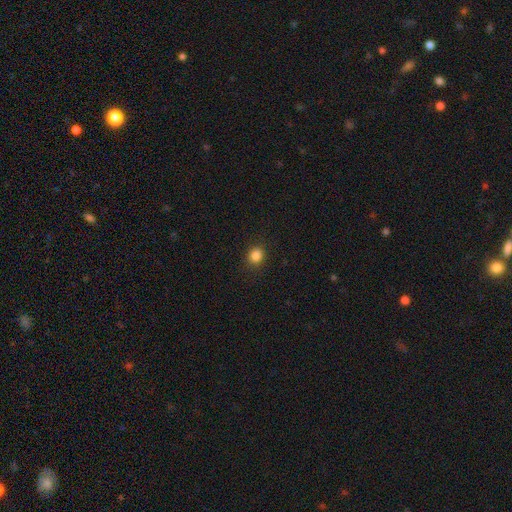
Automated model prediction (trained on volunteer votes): smooth 85%, star or artifact 12%, featured or disk 3%. Down the decision tree: how rounded — round (72%); merging — none (88%).